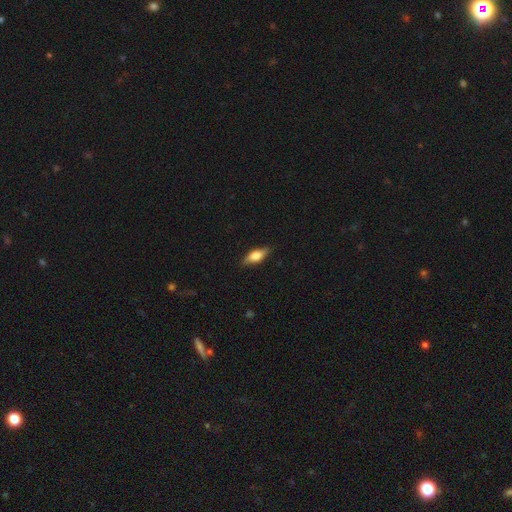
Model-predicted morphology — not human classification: The model was most divided on "smooth or featured": smooth: 66%, featured or disk: 28%, star or artifact: 7%. More confident: merging — none (85%); how rounded — in between (71%).